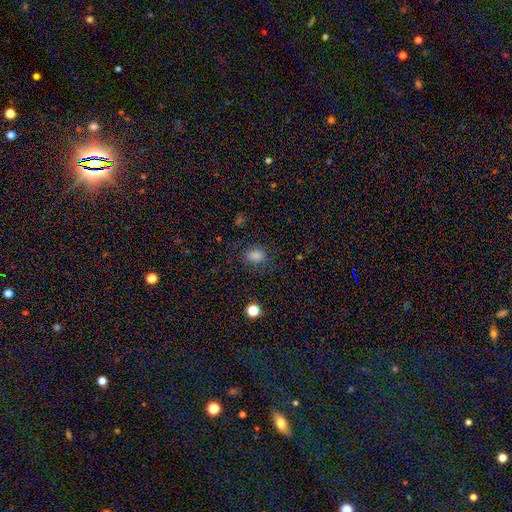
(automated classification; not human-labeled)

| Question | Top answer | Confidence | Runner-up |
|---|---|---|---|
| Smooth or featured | smooth | 82% | star or artifact (13%) |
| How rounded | in between | 53% | round (46%) |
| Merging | none | 76% | minor disturbance (16%) |